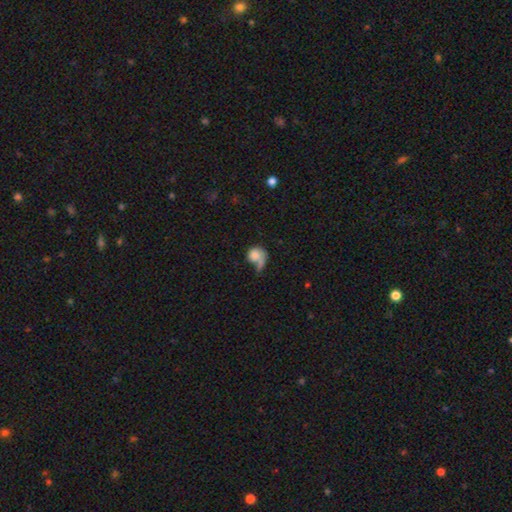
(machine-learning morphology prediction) Overall: smooth (69%). How rounded: round (71%). Merging: major disturbance (35%; none 28%).